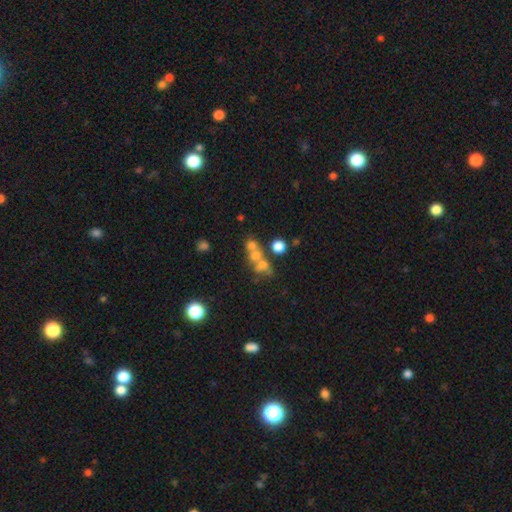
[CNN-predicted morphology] A smooth galaxy with no disk features (57%) that is round (70%).

Vote fractions:
- Smooth or featured? smooth: 57% / featured or disk: 23% / star or artifact: 20%
- How rounded? round: 70% / in between: 28% / cigar-shaped: 2%
- Merging? merger: 52% / none: 33% / minor disturbance: 8% / major disturbance: 7%